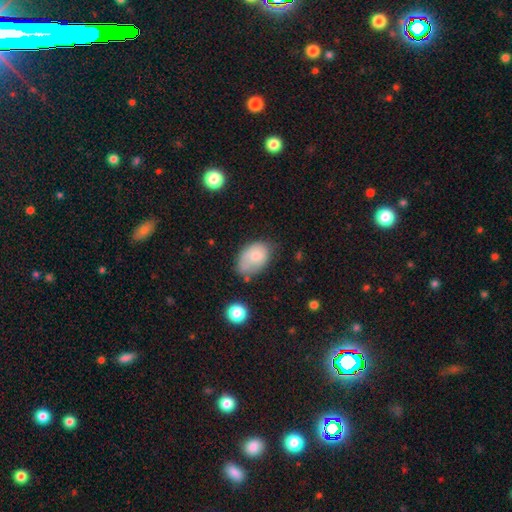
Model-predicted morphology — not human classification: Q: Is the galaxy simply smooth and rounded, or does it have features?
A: smooth — 76%.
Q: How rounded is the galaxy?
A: in between — 85%.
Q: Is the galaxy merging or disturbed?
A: none — 45%.